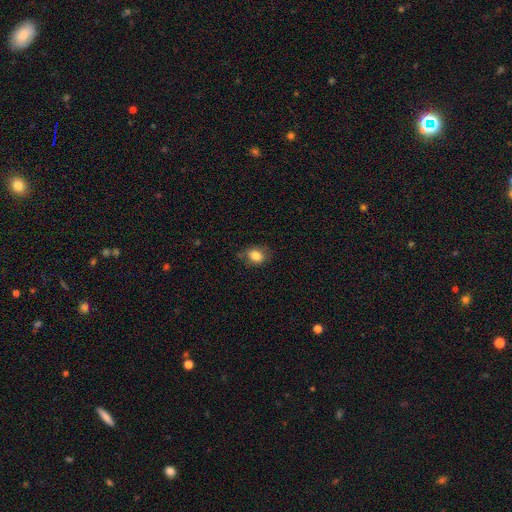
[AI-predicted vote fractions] Smooth or featured?
  - smooth: 83% *
  - star or artifact: 10%
  - featured or disk: 8%
How rounded?
  - round: 50% *
  - in between: 49%
  - cigar-shaped: 1%
Merging?
  - none: 73% *
  - minor disturbance: 20%
  - major disturbance: 5%
  - merger: 2%